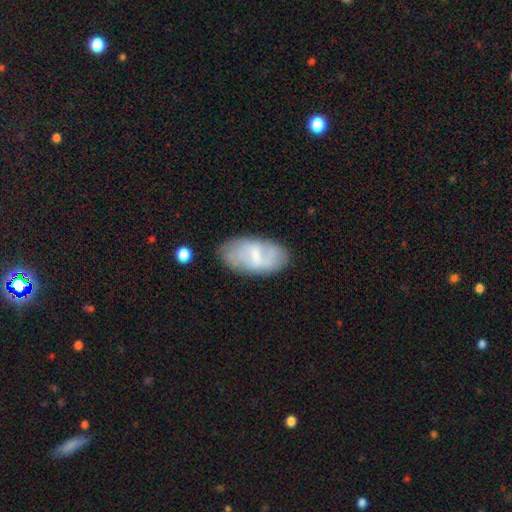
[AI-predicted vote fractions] This is possibly a featured or disk galaxy (49%). Merging: likely none (72%).